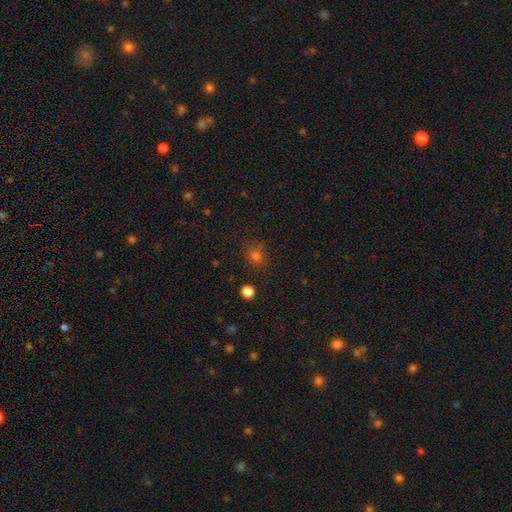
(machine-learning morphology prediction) smooth 73%, star or artifact 22%, featured or disk 6%. Down the decision tree: how rounded — round (78%); merging — none (84%).